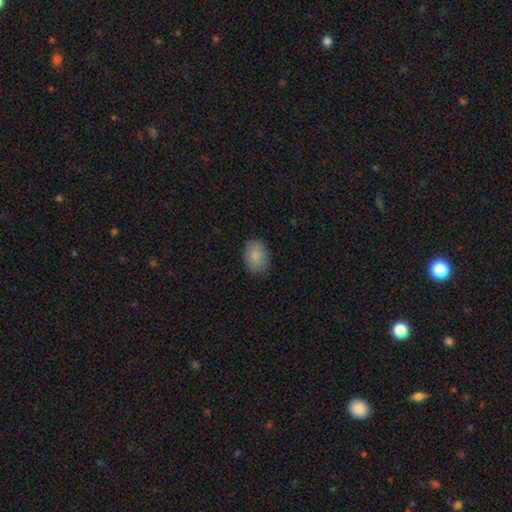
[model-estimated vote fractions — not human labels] smooth-or-featured: smooth: 86% | star or artifact: 7% | featured or disk: 7%
  how-rounded: in between: 67% | round: 33% | cigar-shaped: 1%
  merging: none: 84% | minor disturbance: 12% | major disturbance: 3% | merger: 1%